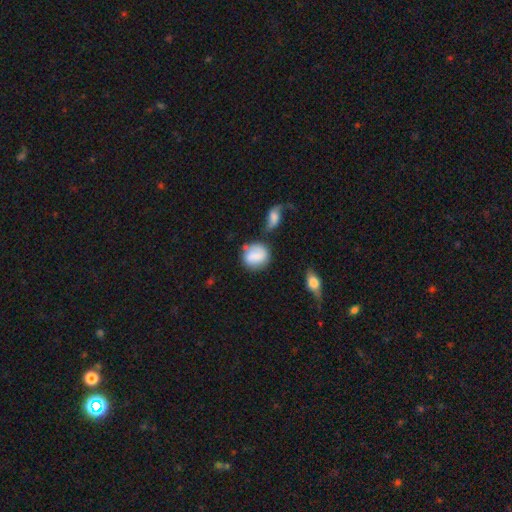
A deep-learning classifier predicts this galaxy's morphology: A smooth galaxy with no disk features (72%) that is round (71%).

Vote fractions:
- Smooth or featured? smooth: 72% / featured or disk: 20% / star or artifact: 8%
- How rounded? round: 71% / in between: 28% / cigar-shaped: 1%
- Merging? none: 58% / minor disturbance: 21% / merger: 14% / major disturbance: 7%